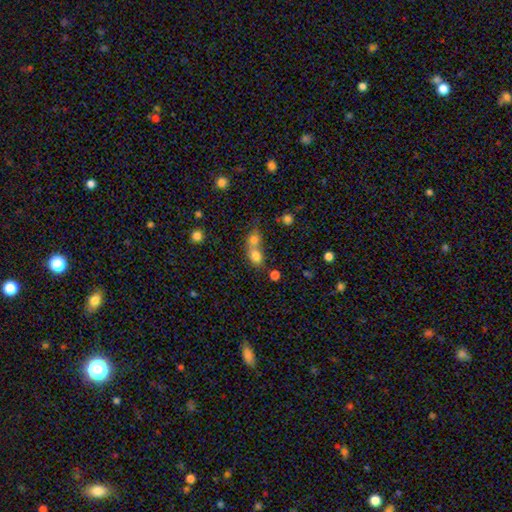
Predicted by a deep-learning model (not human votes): Q: Smooth or featured?
A: smooth (76%); runner-up: star or artifact (12%)
Q: How rounded?
A: in between (51%); runner-up: round (47%)
Q: Merging?
A: merger (66%); runner-up: none (25%)